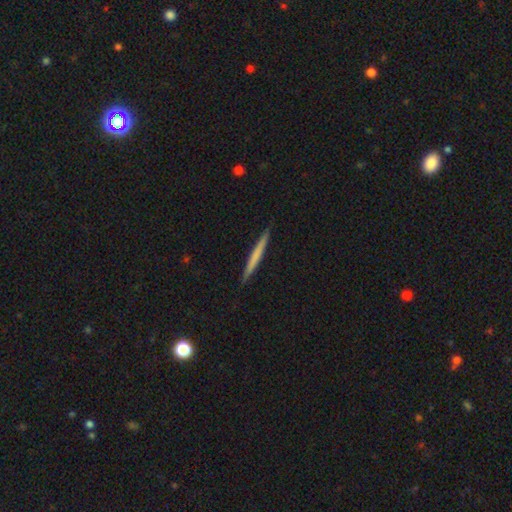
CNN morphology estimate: Overall: smooth (57%; featured or disk 38%). How rounded: cigar-shaped (97%). Merging: none (92%).